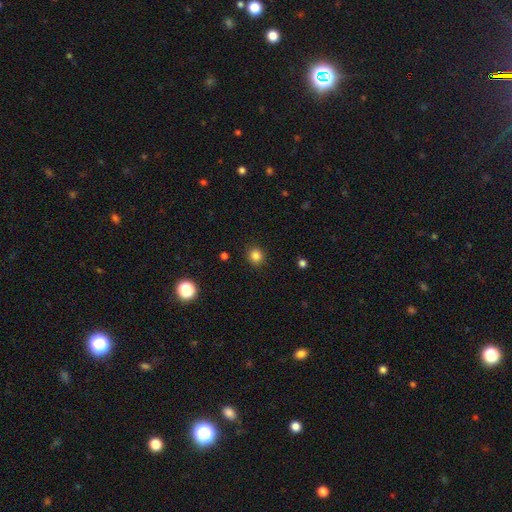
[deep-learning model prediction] Q: Smooth or featured?
A: smooth (83%); runner-up: star or artifact (12%)
Q: How rounded?
A: round (89%); runner-up: in between (10%)
Q: Merging?
A: none (91%); runner-up: minor disturbance (6%)